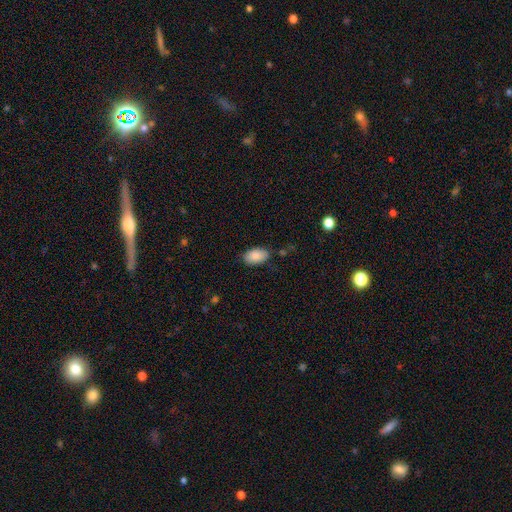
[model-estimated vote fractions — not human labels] smooth 88%, star or artifact 7%, featured or disk 6%. Down the decision tree: how rounded — in between (94%); merging — none (81%).